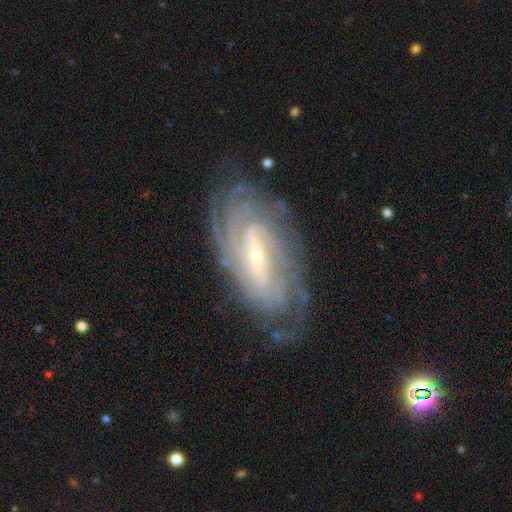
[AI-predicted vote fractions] Q: Smooth or featured?
A: featured or disk (89%); runner-up: smooth (6%)
Q: Edge-on disk?
A: no (93%); runner-up: yes (7%)
Q: Bar?
A: strong (43%); runner-up: weak (39%)
Q: Spiral arms?
A: yes (97%); runner-up: no (3%)
Q: Spiral winding?
A: tight (75%); runner-up: medium (21%)
Q: Spiral arm count?
A: can't tell (32%); runner-up: 4 (22%)
Q: Bulge size?
A: small (76%); runner-up: moderate (20%)
Q: Merging?
A: none (78%); runner-up: minor disturbance (16%)